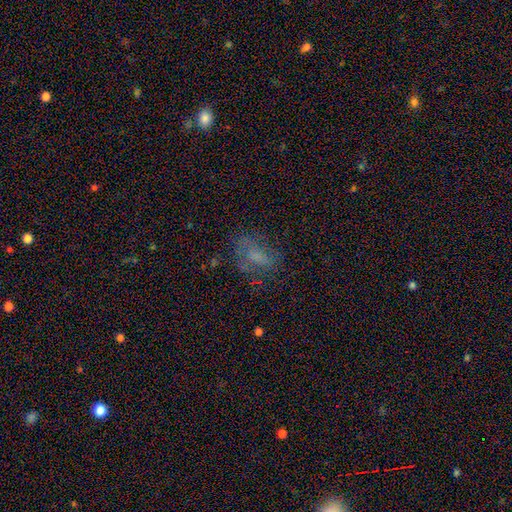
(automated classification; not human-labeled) Q: Smooth or featured?
A: smooth (44%); runner-up: featured or disk (34%)
Q: Merging?
A: none (53%); runner-up: major disturbance (22%)